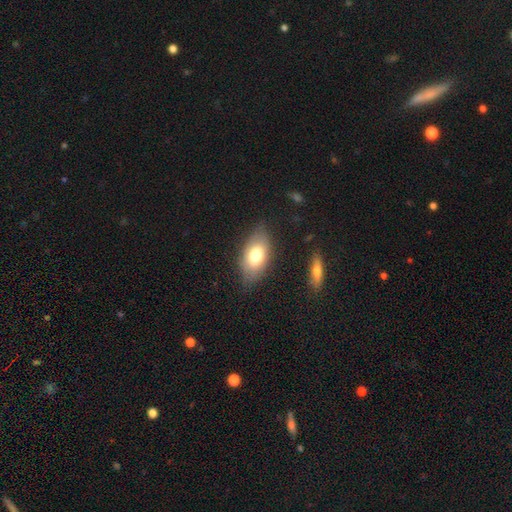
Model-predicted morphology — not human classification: smooth 73%, featured or disk 20%, star or artifact 8%. Down the decision tree: how rounded — in between (90%); merging — none (75%).